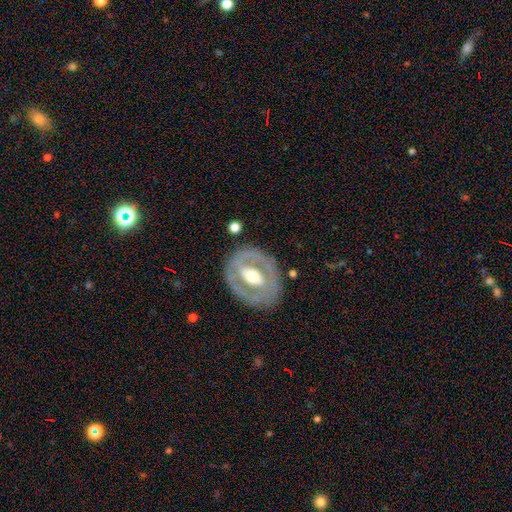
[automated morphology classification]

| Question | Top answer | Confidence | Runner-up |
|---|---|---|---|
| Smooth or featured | featured or disk | 70% | smooth (24%) |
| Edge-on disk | no | 93% | yes (7%) |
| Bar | no | 38% | weak (35%) |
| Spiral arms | no | 70% | yes (30%) |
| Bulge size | moderate | 69% | large (17%) |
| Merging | none | 77% | minor disturbance (15%) |